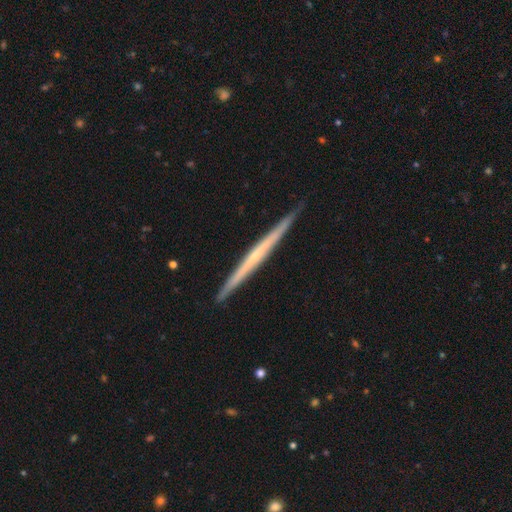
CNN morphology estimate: smooth-or-featured: featured or disk: 70% | smooth: 25% | star or artifact: 5%
  disk-edge-on: yes: 98% | no: 2%
    edge-on-bulge: none: 67% | rounded: 29% | boxy: 4%
  merging: none: 91% | minor disturbance: 7% | major disturbance: 1% | merger: 1%